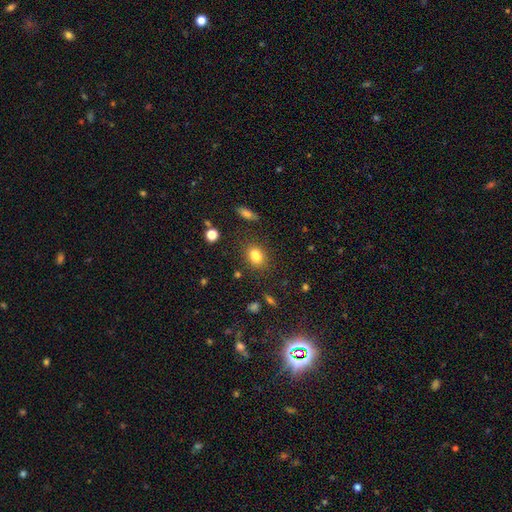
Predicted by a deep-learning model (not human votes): Smooth or featured? smooth (80%)
How rounded? in between (68%)
Merging? none (67%)